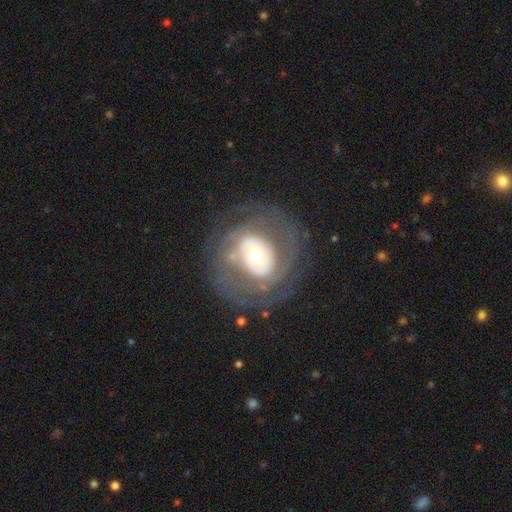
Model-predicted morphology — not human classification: A featured or disk galaxy (73%) with no bar (64%), spiral arms (66%) and a moderate central bulge (50%).

Vote fractions:
- Smooth or featured? featured or disk: 73% / smooth: 20% / star or artifact: 7%
- Edge-on disk? no: 96% / yes: 4%
- Bar? no: 64% / weak: 23% / strong: 13%
- Spiral arms? yes: 66% / no: 34%
- Bulge size? moderate: 50% / small: 32% / large: 14% / dominant: 3% / none: 1%
- Merging? none: 69% / minor disturbance: 15% / major disturbance: 14% / merger: 2%